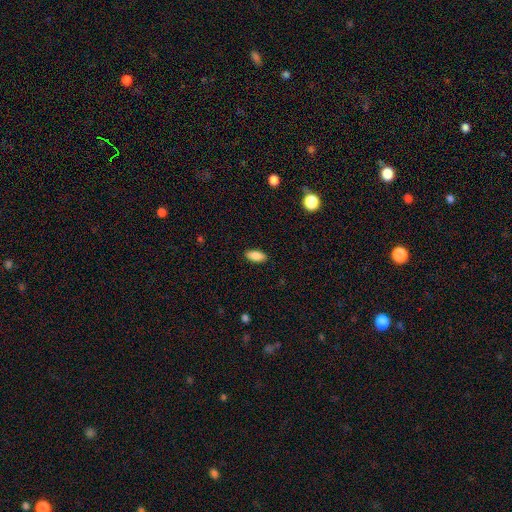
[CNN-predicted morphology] This appears to be a smooth galaxy with no disk features (88%) that is in between round and cigar-shaped (89%). Merging: none (89%).